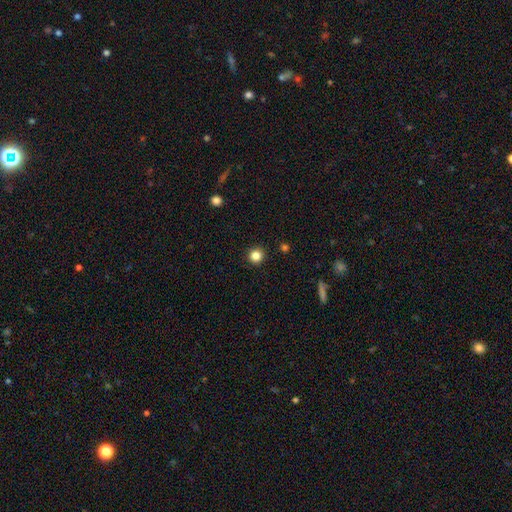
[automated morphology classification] Overall: smooth (84%). How rounded: round (93%). Merging: none (92%).